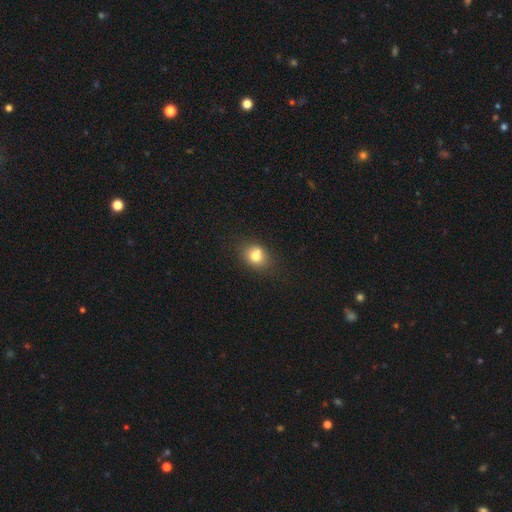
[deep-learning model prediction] The model was most divided on "how rounded": round: 54%, in between: 45%, cigar-shaped: 1%. More confident: smooth or featured — smooth (75%); merging — none (60%).